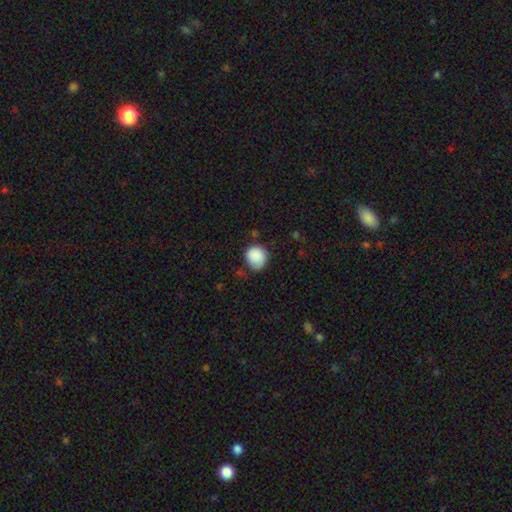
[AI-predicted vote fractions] Smooth or featured?
  - smooth: 88% *
  - star or artifact: 7%
  - featured or disk: 5%
How rounded?
  - round: 79% *
  - in between: 20%
  - cigar-shaped: 1%
Merging?
  - none: 59% *
  - minor disturbance: 30%
  - major disturbance: 8%
  - merger: 3%